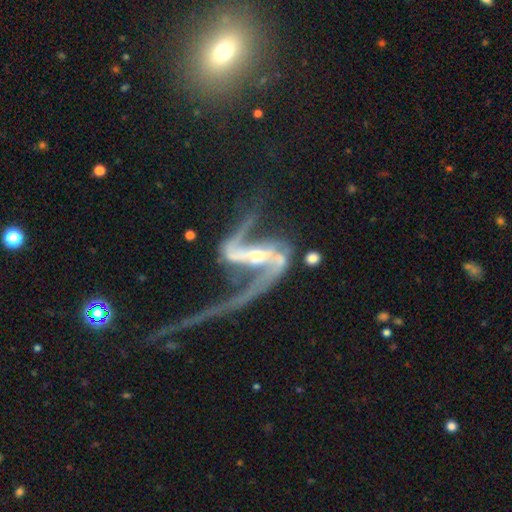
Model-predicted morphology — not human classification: Smooth or featured? featured or disk (90%)
Edge-on disk? no (95%)
Bar? strong (53%)
Spiral arms? yes (94%)
Spiral winding? loose (81%)
Spiral arm count? 2 (77%)
Bulge size? small (45%)
Merging? major disturbance (51%)